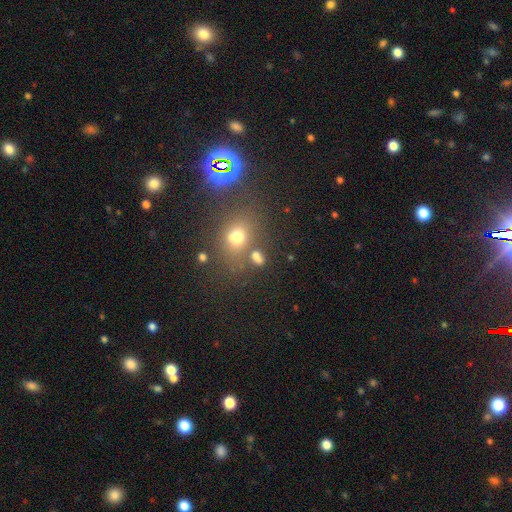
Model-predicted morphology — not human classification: smooth 66%, star or artifact 23%, featured or disk 12%. Down the decision tree: how rounded — in between (58%); merging — none (59%).